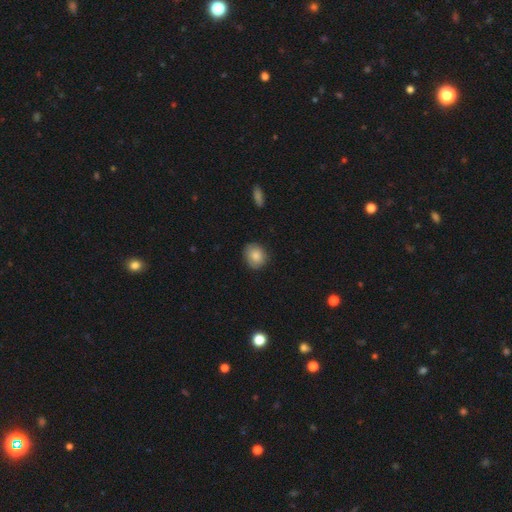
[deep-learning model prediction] A smooth galaxy with no disk features (83%) that is round (67%). Merging: none (80%).